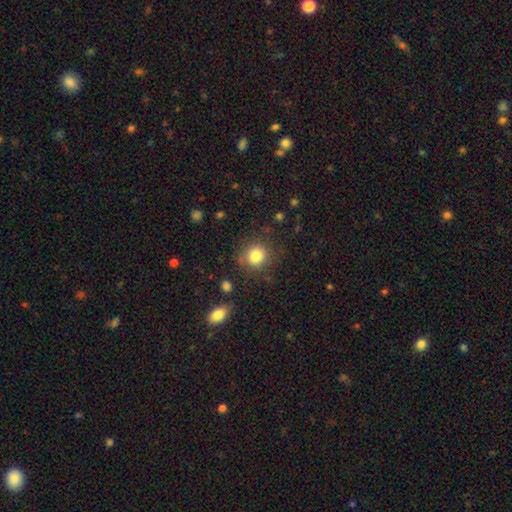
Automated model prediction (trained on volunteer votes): Smooth or featured: smooth — 82% (star or artifact — 11%)
How rounded: round — 87% (in between — 12%)
Merging: none — 82% (minor disturbance — 11%)